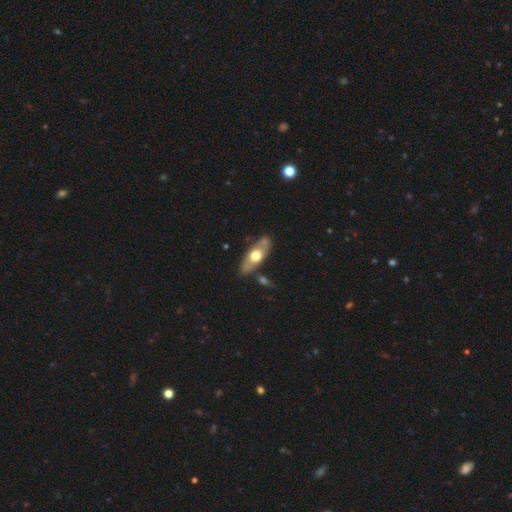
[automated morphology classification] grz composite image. It shows a featured or disk galaxy (49%). Merging: none (74%).